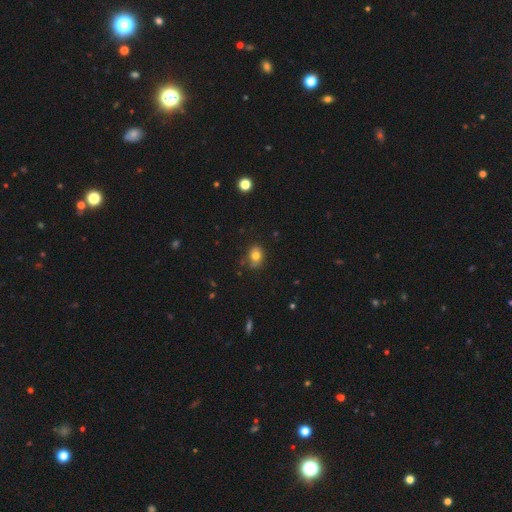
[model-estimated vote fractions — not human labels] Smooth or featured? Predicted: smooth (p=0.76). How rounded? Predicted: round (p=0.51). Merging? Predicted: none (p=0.67).